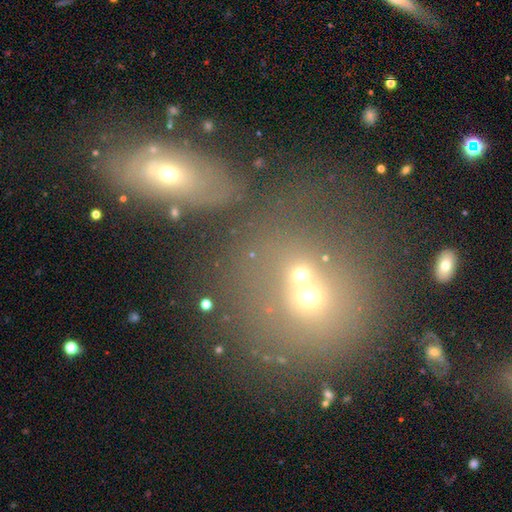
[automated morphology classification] This appears to be a smooth galaxy with no disk features (52%) that is round (75%). Merging: merger (51%).